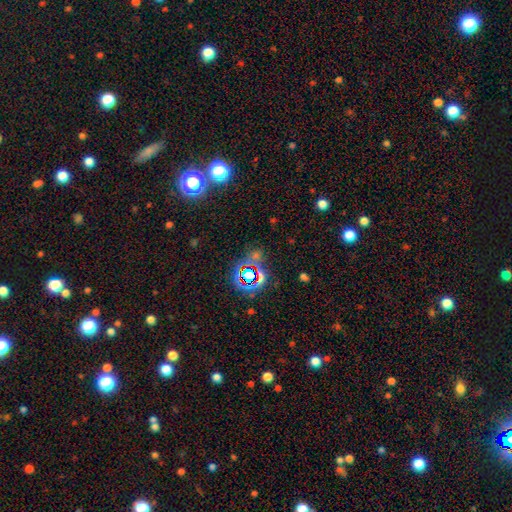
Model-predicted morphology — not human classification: The model was most divided on "smooth or featured": star or artifact: 68%, smooth: 23%, featured or disk: 9%.